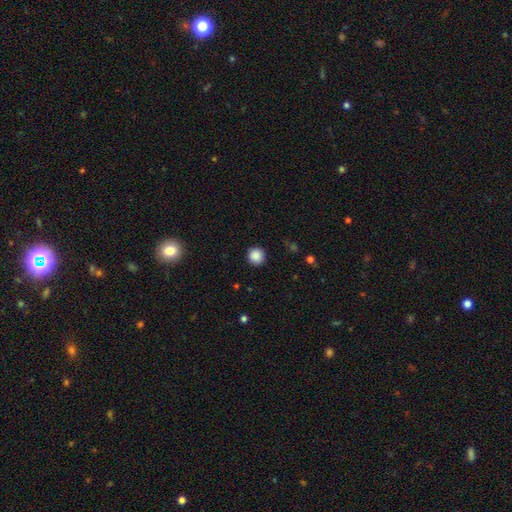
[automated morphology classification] Smooth or featured: smooth — 88% (star or artifact — 10%)
How rounded: round — 95% (in between — 4%)
Merging: none — 91% (minor disturbance — 6%)